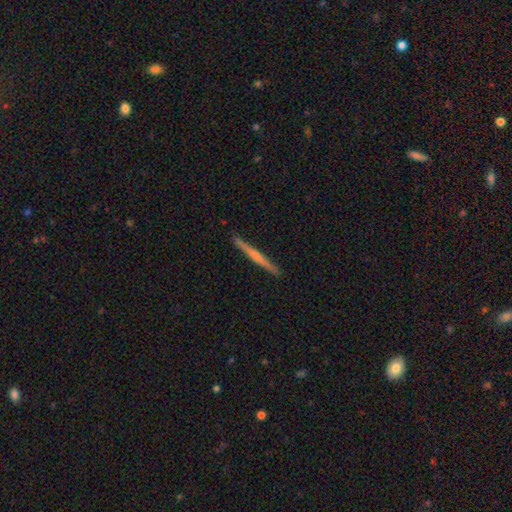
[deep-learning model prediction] A featured or disk galaxy (54%) viewed edge-on (98%) with no central bulge (55%). Merging: none (92%).